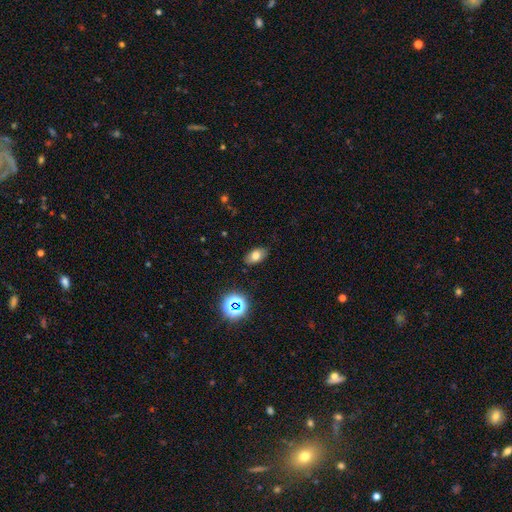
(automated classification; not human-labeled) Smooth or featured? smooth (73%)
How rounded? in between (90%)
Merging? none (86%)